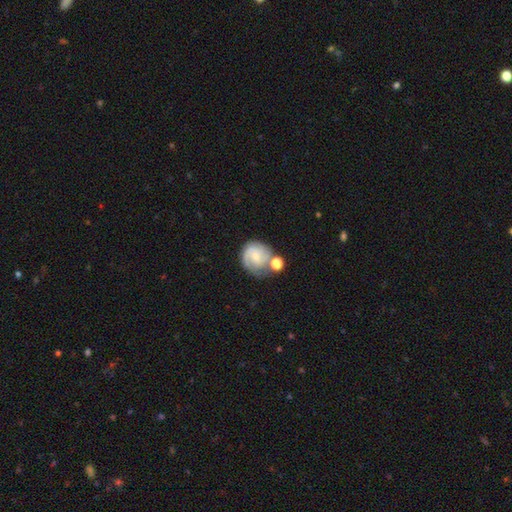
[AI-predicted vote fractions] featured or disk 73%, smooth 20%, star or artifact 7%. Down the decision tree: edge-on disk — no (98%); bar — no (66%); spiral arms — yes (95%); spiral arm count — 2 (44%); spiral winding — tight (50%); bulge size — small (67%); merging — none (54%).